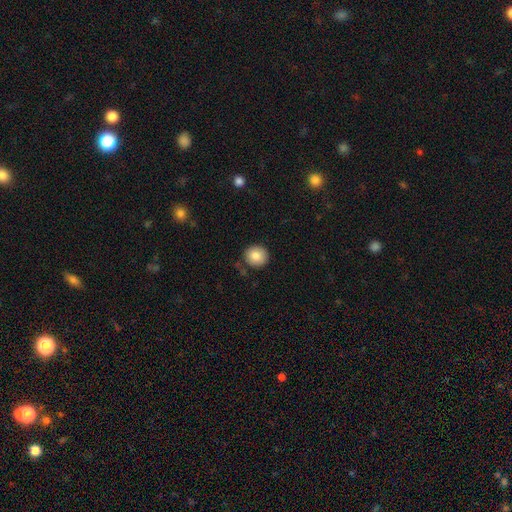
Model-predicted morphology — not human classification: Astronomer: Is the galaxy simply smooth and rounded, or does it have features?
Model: smooth — 84%.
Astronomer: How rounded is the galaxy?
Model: round — 90%.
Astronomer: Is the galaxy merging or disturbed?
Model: none — 86%.